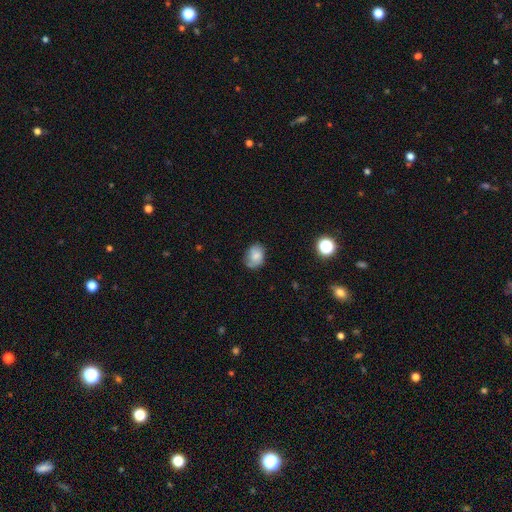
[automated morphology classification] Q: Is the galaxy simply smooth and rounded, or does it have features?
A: smooth — 67%.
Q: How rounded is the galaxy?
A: in between — 60%.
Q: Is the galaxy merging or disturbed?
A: none — 59%.